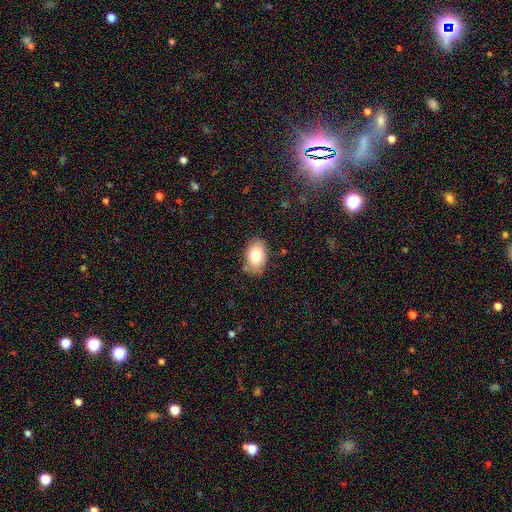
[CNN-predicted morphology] Q: Smooth or featured?
A: smooth (80%); runner-up: featured or disk (13%)
Q: How rounded?
A: in between (87%); runner-up: round (12%)
Q: Merging?
A: none (83%); runner-up: minor disturbance (13%)